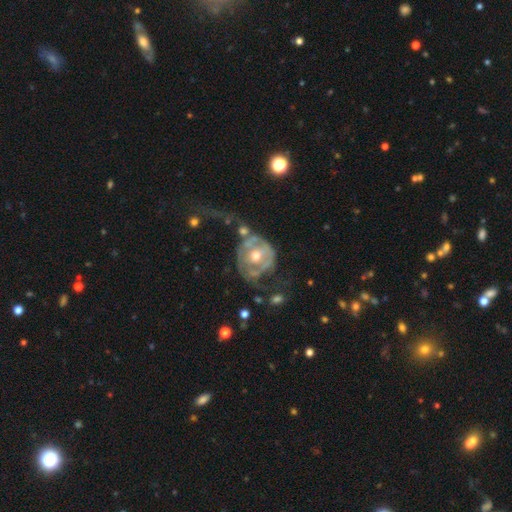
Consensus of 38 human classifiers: smooth_or_featured: featured or disk (p=0.79) [alt: smooth p=0.13]
disk_edge_on: no (p=0.97) [alt: yes p=0.03]
bar: no (p=0.62) [alt: weak p=0.31]
has_spiral_arms: yes (p=0.66) [alt: no p=0.34]
spiral_winding: loose (p=0.74) [alt: medium p=0.21]
spiral_arm_count: 2 (p=0.74) [alt: can't tell p=0.16]
bulge_size: moderate (p=0.55) [alt: small p=0.38]
merging: major disturbance (p=0.43) [alt: none p=0.29]